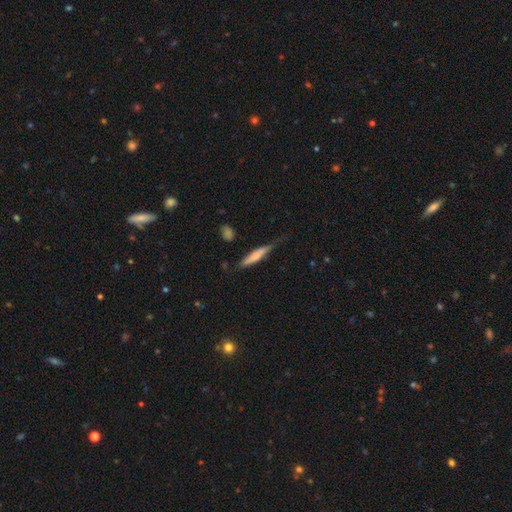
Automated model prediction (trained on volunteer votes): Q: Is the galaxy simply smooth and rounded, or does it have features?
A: smooth — 65%.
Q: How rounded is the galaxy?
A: cigar-shaped — 87%.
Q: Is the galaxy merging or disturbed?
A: none — 61%.